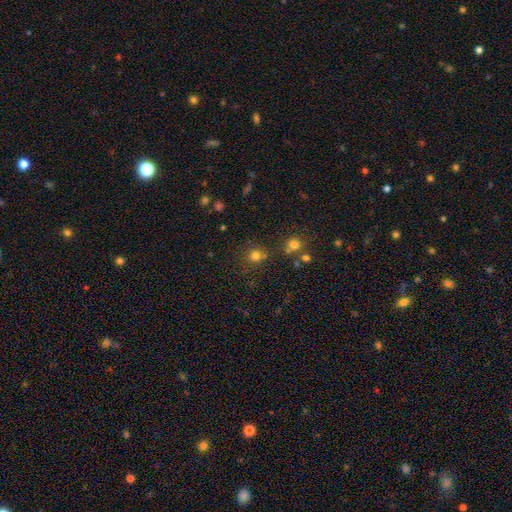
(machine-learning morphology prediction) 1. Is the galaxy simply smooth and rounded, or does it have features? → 75% smooth, 18% star or artifact, 7% featured or disk.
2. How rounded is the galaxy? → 86% round, 13% in between, 1% cigar-shaped.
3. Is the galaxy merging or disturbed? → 71% none, 12% merger, 12% minor disturbance, 5% major disturbance.